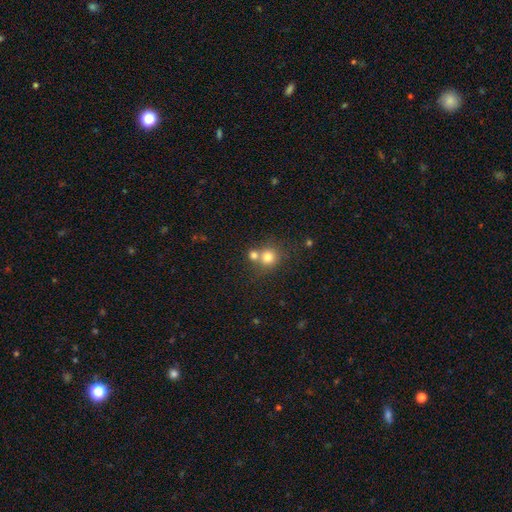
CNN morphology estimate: smooth 70%, star or artifact 19%, featured or disk 11%. Down the decision tree: how rounded — round (86%); merging — none (55%).